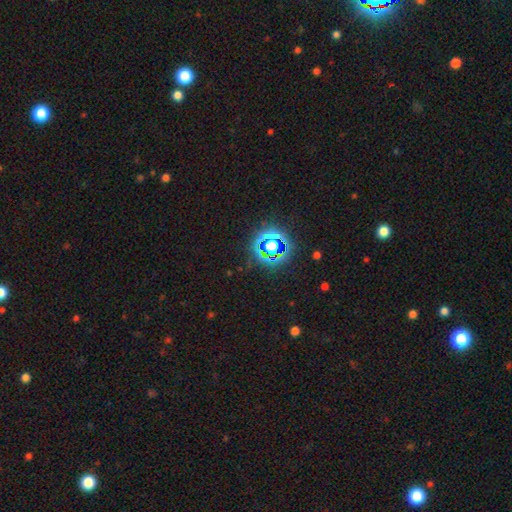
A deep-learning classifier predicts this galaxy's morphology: smooth-or-featured: star or artifact: 79% | smooth: 14% | featured or disk: 7%